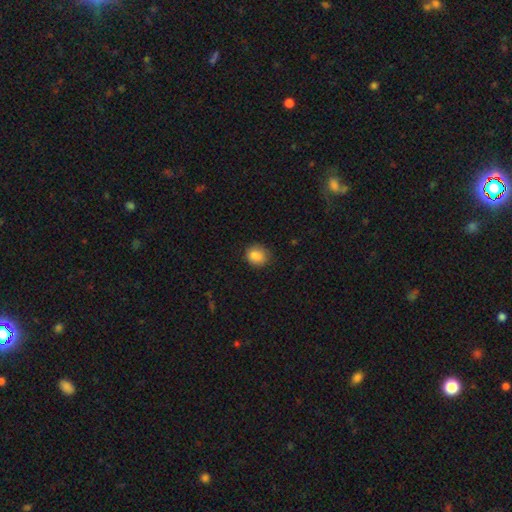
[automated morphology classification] type=smooth (86%); roundness=round (66%); merging=none (76%).